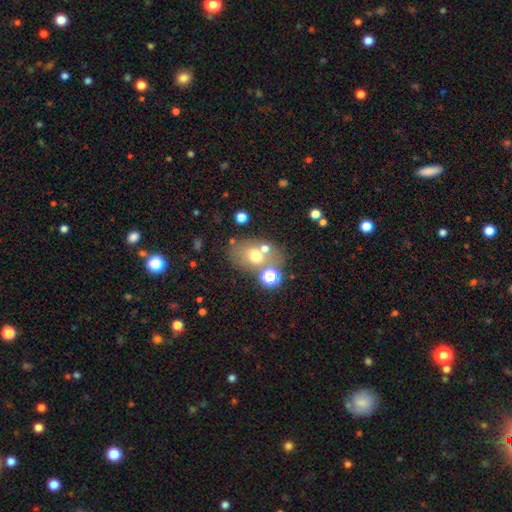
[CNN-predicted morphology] A smooth galaxy with no disk features (61%) that is in between round and cigar-shaped (59%).

Vote fractions:
- Smooth or featured? smooth: 61% / featured or disk: 23% / star or artifact: 16%
- How rounded? in between: 59% / round: 40% / cigar-shaped: 1%
- Merging? none: 54% / merger: 25% / minor disturbance: 14% / major disturbance: 8%